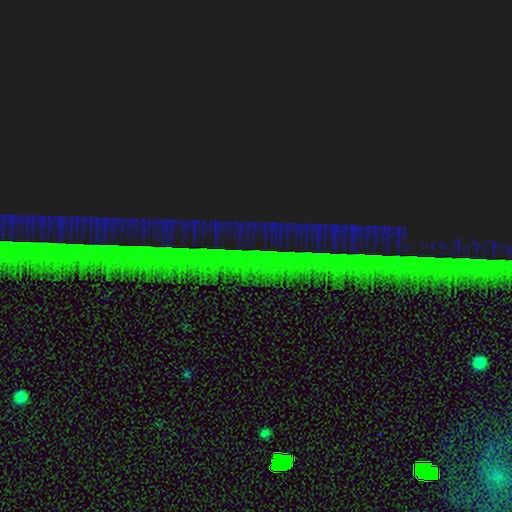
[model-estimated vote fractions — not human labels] Smooth or featured: star or artifact — 83% (featured or disk — 9%)